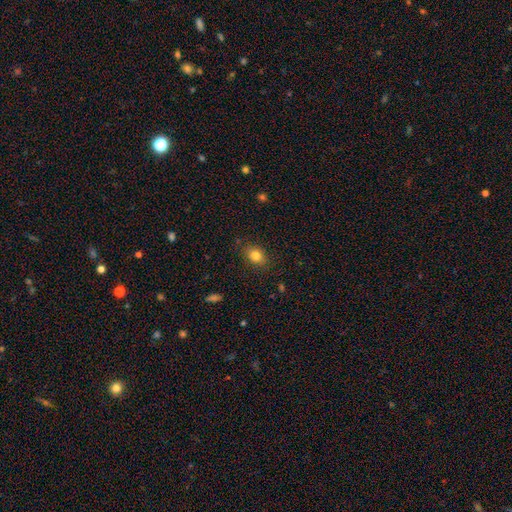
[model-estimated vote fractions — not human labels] A smooth galaxy with no disk features (82%) that is in between round and cigar-shaped (67%).

Vote fractions:
- Smooth or featured? smooth: 82% / star or artifact: 10% / featured or disk: 8%
- How rounded? in between: 67% / round: 32% / cigar-shaped: 1%
- Merging? none: 84% / minor disturbance: 12% / major disturbance: 3% / merger: 1%